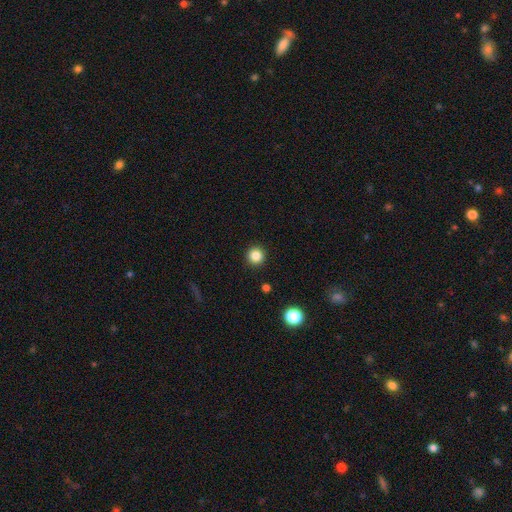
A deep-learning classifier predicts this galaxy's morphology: Q: Smooth or featured?
A: smooth (85%); runner-up: star or artifact (11%)
Q: How rounded?
A: round (95%); runner-up: in between (4%)
Q: Merging?
A: none (93%); runner-up: minor disturbance (5%)